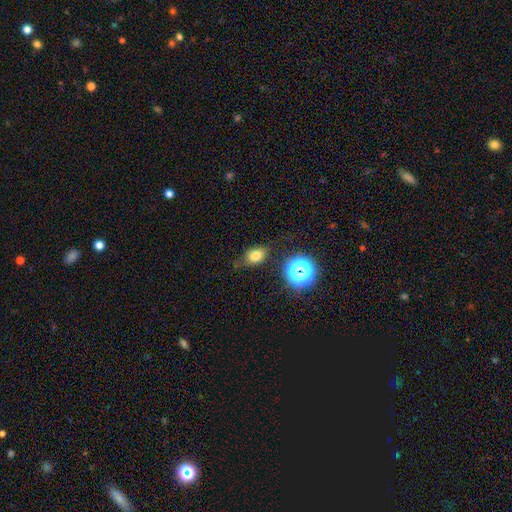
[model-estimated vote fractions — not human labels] smooth 75%, star or artifact 16%, featured or disk 9%. Down the decision tree: how rounded — in between (63%); merging — none (66%).